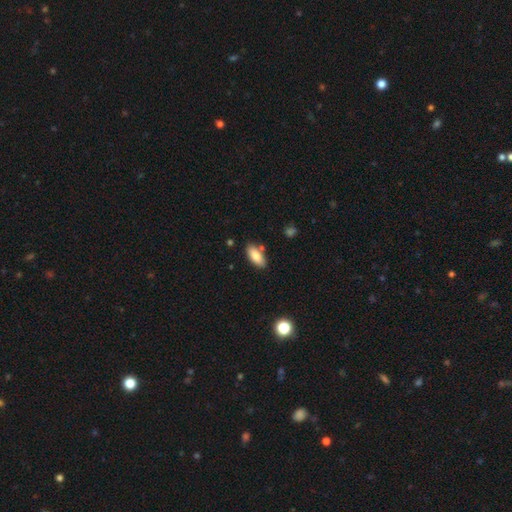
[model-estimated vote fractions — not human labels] Smooth or featured? Predicted: smooth (p=0.83). How rounded? Predicted: in between (p=0.86). Merging? Predicted: none (p=0.80).